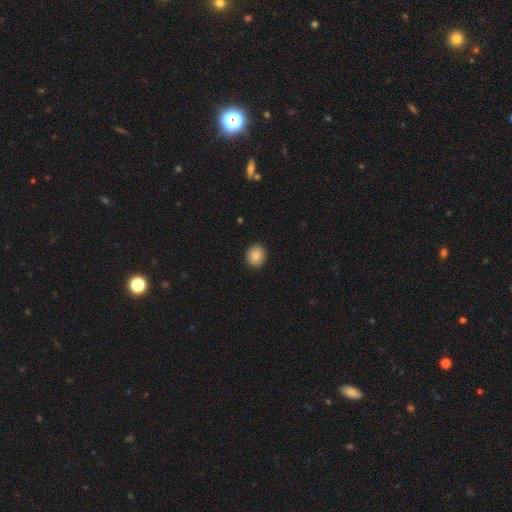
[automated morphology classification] This appears to be a smooth galaxy with no disk features (86%) that is round (70%). Merging: none (91%).